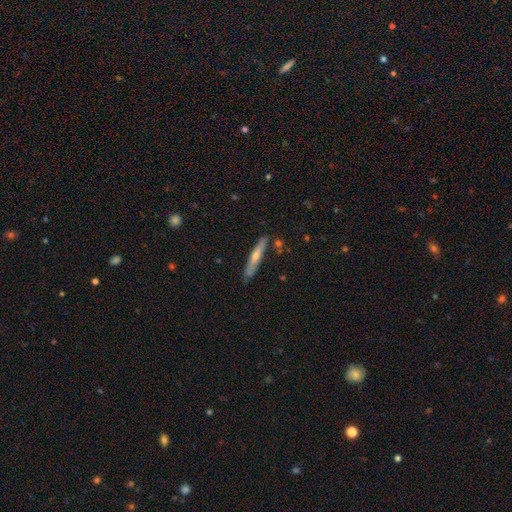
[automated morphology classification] type=featured or disk (51%); edge-on=yes (91%); merging=none (83%).